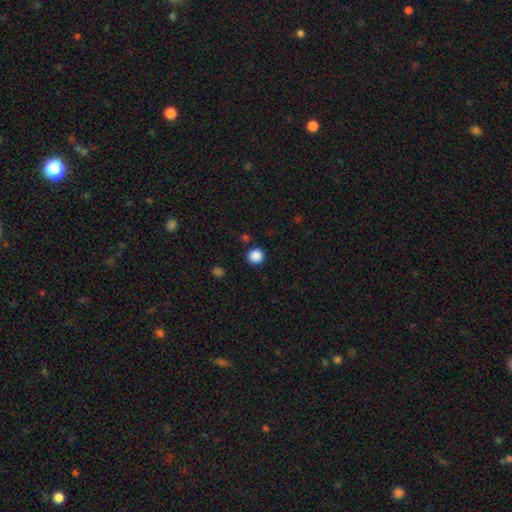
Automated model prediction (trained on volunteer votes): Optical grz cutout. It shows a smooth galaxy with no disk features (87%) that is round (93%). Merging: none (90%).